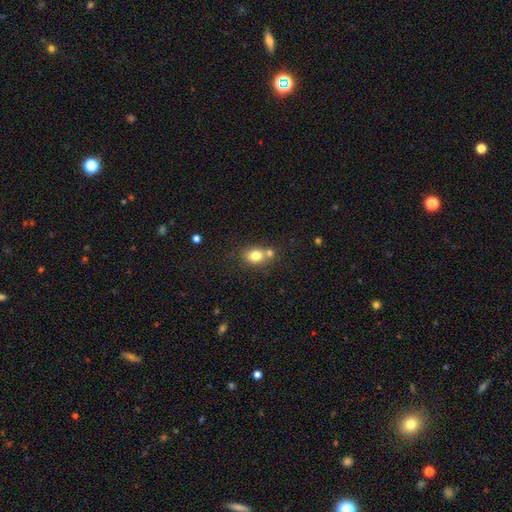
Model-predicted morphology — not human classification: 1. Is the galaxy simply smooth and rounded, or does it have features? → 78% smooth, 11% star or artifact, 11% featured or disk.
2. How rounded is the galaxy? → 59% round, 40% in between, 1% cigar-shaped.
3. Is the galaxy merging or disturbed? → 51% none, 35% merger, 11% minor disturbance, 4% major disturbance.